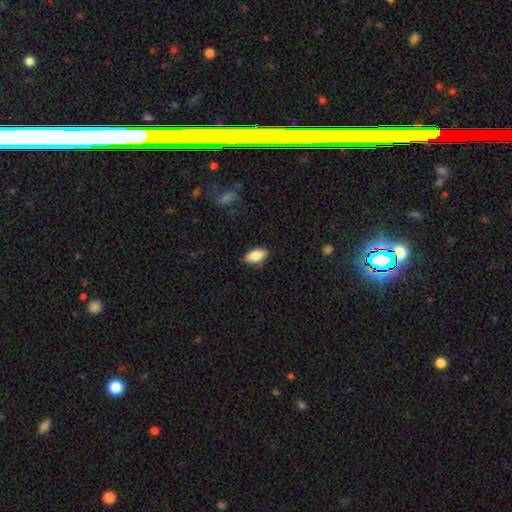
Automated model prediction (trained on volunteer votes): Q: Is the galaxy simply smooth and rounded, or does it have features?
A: smooth — 85%.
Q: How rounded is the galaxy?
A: in between — 90%.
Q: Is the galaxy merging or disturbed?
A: none — 85%.